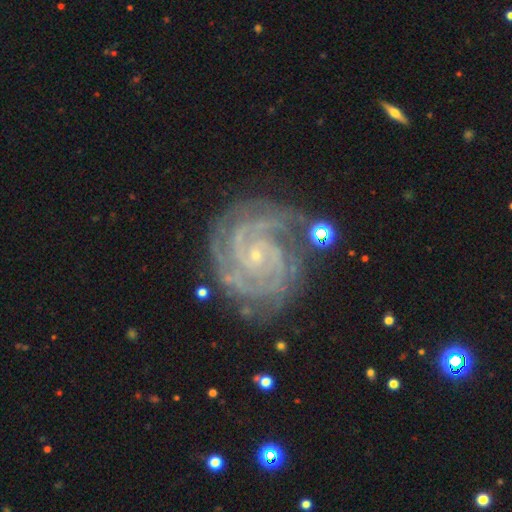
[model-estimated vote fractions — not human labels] Smooth or featured?
  - featured or disk: 92% *
  - star or artifact: 5%
  - smooth: 3%
Edge-on disk?
  - no: 98% *
  - yes: 2%
Bar?
  - no: 72% *
  - weak: 19%
  - strong: 10%
Spiral arms?
  - yes: 99% *
  - no: 1%
Spiral winding?
  - tight: 81% *
  - medium: 17%
  - loose: 2%
Spiral arm count?
  - 3: 29% *
  - 2: 26%
  - 4: 19%
  - can't tell: 11%
  - more than 4: 9%
  - 1: 7%
Bulge size?
  - small: 88% *
  - moderate: 7%
  - none: 3%
  - large: 1%
  - dominant: 1%
Merging?
  - none: 75% *
  - minor disturbance: 17%
  - major disturbance: 6%
  - merger: 3%